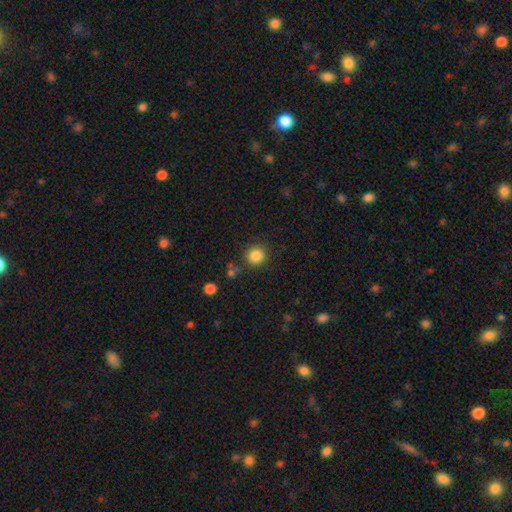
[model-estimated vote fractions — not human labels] Q: Smooth or featured?
A: smooth (85%); runner-up: star or artifact (11%)
Q: How rounded?
A: round (90%); runner-up: in between (9%)
Q: Merging?
A: none (86%); runner-up: minor disturbance (8%)